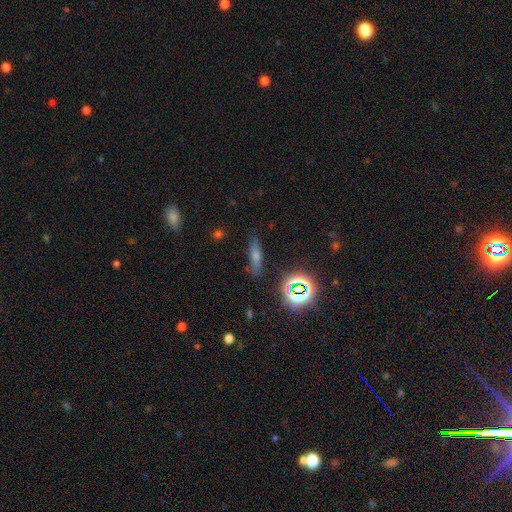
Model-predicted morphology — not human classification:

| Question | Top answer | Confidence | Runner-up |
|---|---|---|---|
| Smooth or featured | smooth | 43% | star or artifact (31%) |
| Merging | none | 81% | minor disturbance (13%) |